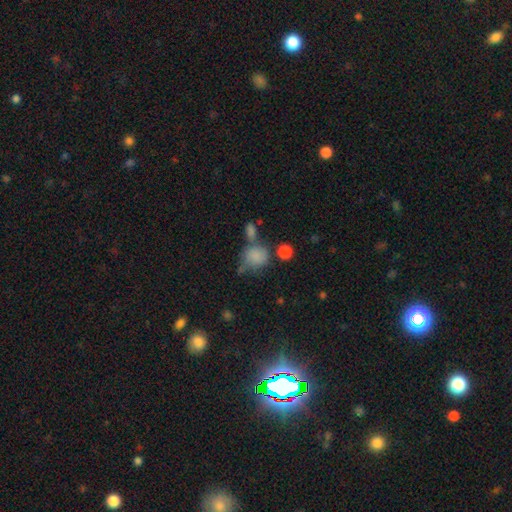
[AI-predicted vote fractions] The model was most divided on "merging": none: 42%, merger: 26%, minor disturbance: 20%, major disturbance: 11%. More confident: smooth or featured — smooth (81%); how rounded — round (68%).